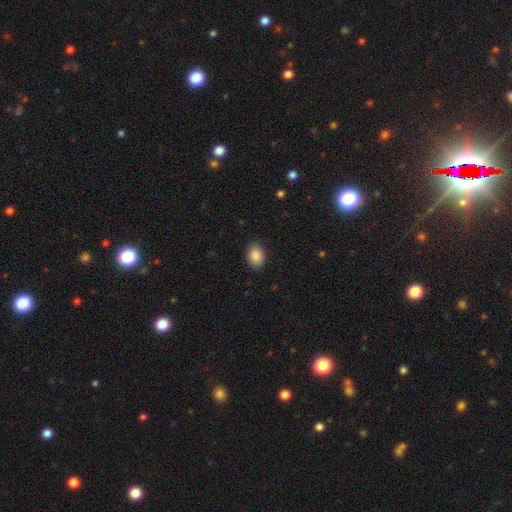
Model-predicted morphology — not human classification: This appears to be a smooth galaxy with no disk features (89%) that is in between round and cigar-shaped (79%). Merging: none (87%).